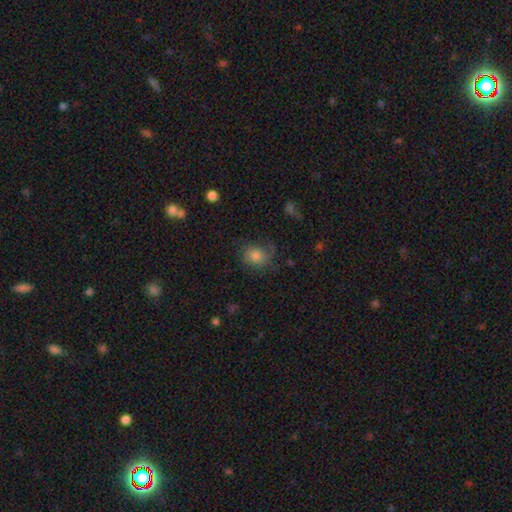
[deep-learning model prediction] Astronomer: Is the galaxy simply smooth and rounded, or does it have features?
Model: smooth — 76%.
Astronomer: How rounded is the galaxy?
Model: round — 61% (runner-up: in between, 38%).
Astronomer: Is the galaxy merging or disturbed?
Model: none — 67%.